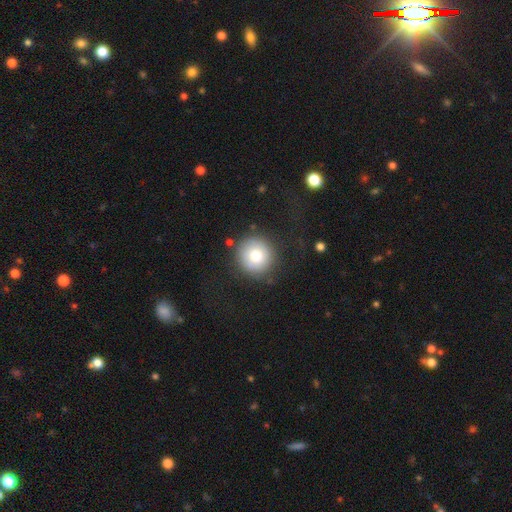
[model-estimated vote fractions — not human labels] Smooth or featured: smooth — 76% (featured or disk — 14%)
How rounded: round — 94% (in between — 5%)
Merging: none — 82% (minor disturbance — 11%)